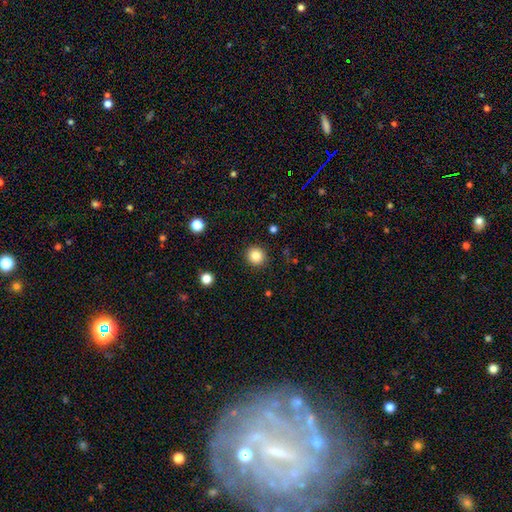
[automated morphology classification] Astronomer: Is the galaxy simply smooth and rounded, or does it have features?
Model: smooth — 84%.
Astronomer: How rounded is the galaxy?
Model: round — 91%.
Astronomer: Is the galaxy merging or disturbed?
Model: none — 91%.